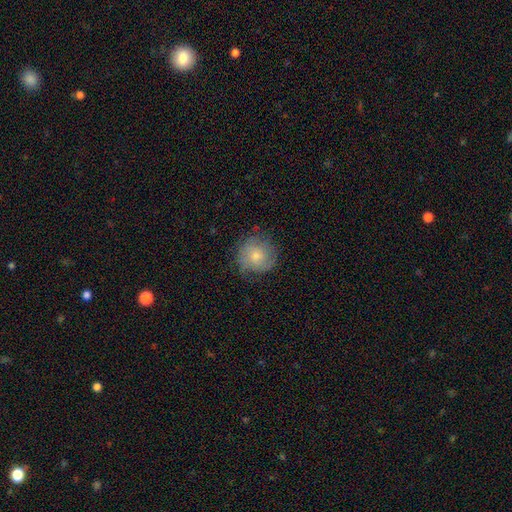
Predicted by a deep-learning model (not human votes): Smooth or featured?
  - smooth: 68% *
  - featured or disk: 25%
  - star or artifact: 8%
How rounded?
  - round: 90% *
  - in between: 9%
  - cigar-shaped: 1%
Merging?
  - none: 69% *
  - minor disturbance: 22%
  - major disturbance: 8%
  - merger: 1%